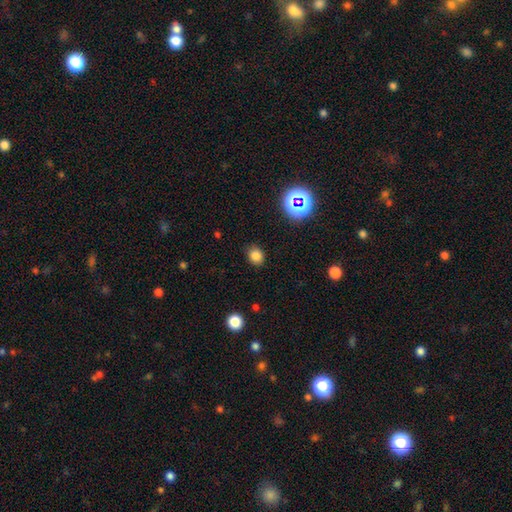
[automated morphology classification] Q: Smooth or featured?
A: smooth (79%); runner-up: star or artifact (16%)
Q: How rounded?
A: round (63%); runner-up: in between (36%)
Q: Merging?
A: none (86%); runner-up: minor disturbance (10%)